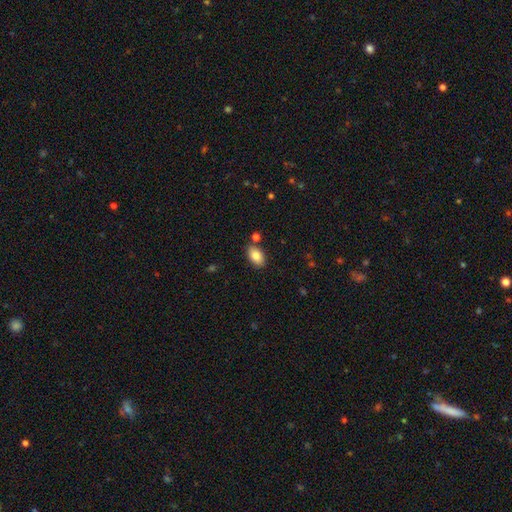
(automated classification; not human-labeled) smooth-or-featured: smooth: 84% | featured or disk: 9% | star or artifact: 7%
  how-rounded: in between: 92% | round: 6% | cigar-shaped: 2%
  merging: none: 81% | minor disturbance: 11% | merger: 6% | major disturbance: 2%